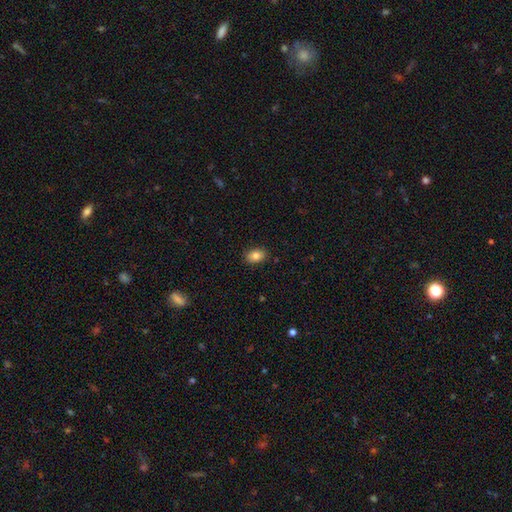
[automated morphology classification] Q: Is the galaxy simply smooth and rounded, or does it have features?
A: smooth — 84%.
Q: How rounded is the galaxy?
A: in between — 80%.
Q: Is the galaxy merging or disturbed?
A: none — 88%.